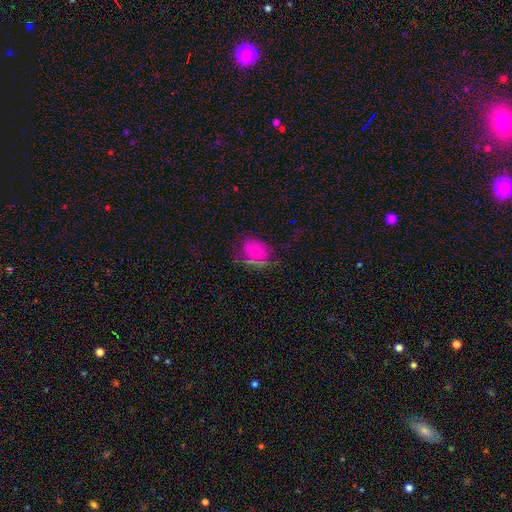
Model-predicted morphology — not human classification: This appears to be a smooth galaxy with no disk features (60%) that is in between round and cigar-shaped (56%). Merging: none (56%).